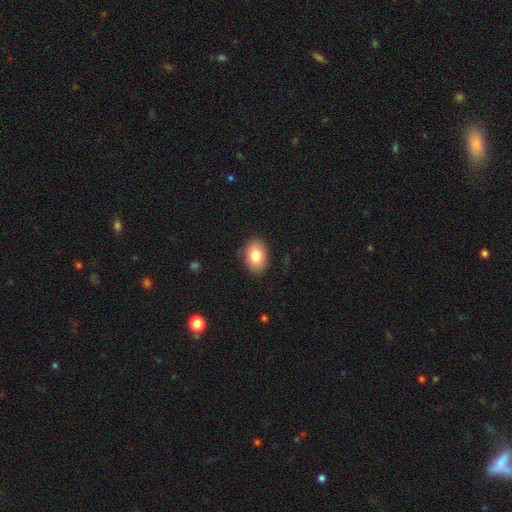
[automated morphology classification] This appears to be a smooth galaxy with no disk features (82%) that is in between round and cigar-shaped (83%). Merging: none (87%).